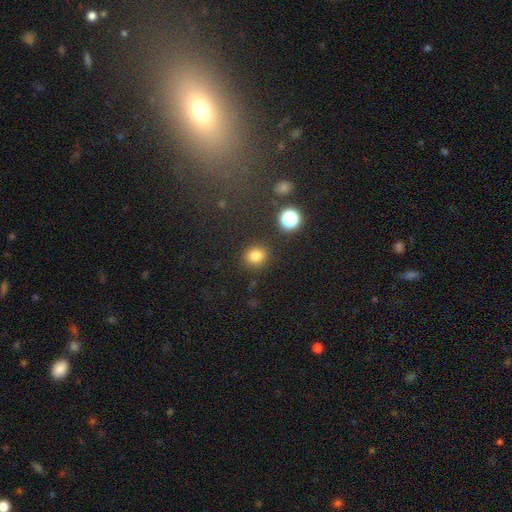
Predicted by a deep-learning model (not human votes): This appears to be a smooth galaxy with no disk features (80%) that is round (73%). Merging: none (86%).